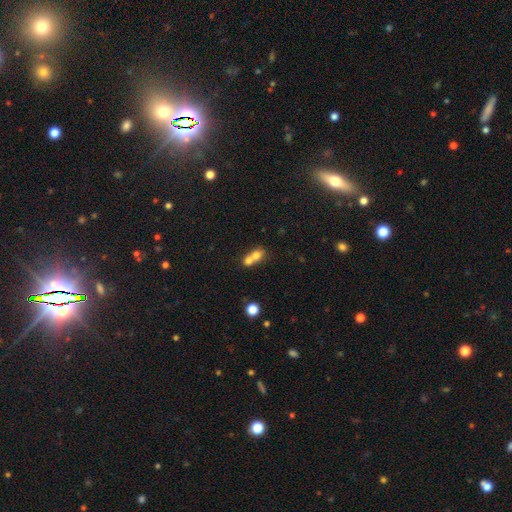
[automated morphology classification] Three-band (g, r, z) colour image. It shows a smooth galaxy with no disk features (69%) that is round (54%). Merging: merger (71%).